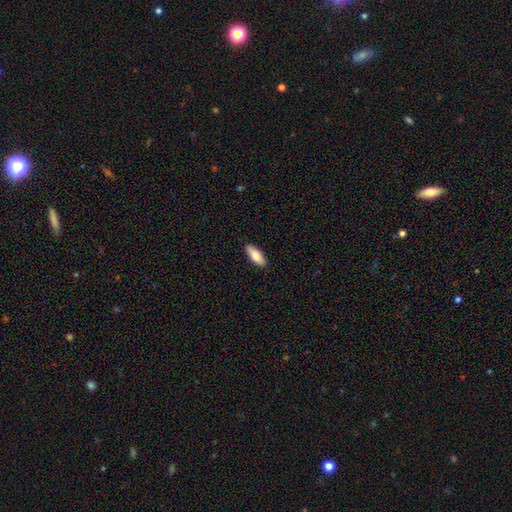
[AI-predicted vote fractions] Morphology: type=smooth (84%); roundness=in between (74%); merging=none (89%).